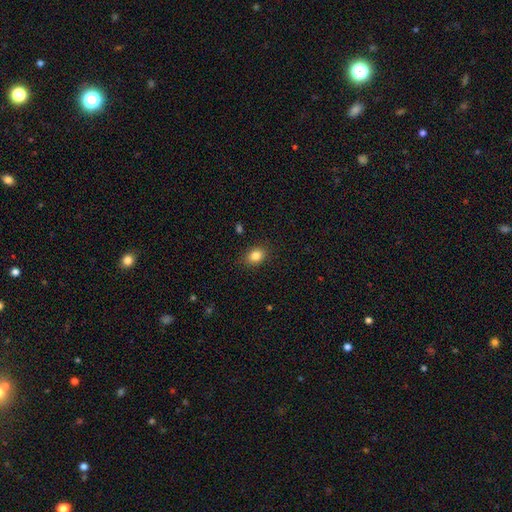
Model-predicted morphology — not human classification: This is clearly a smooth galaxy (84%). How rounded: possibly in between (57%). Merging: clearly none (86%).